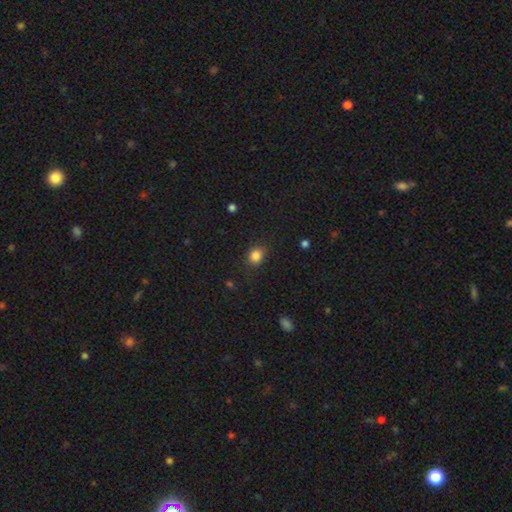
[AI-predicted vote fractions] Morphology: type=smooth (84%); roundness=round (62%); merging=none (77%).